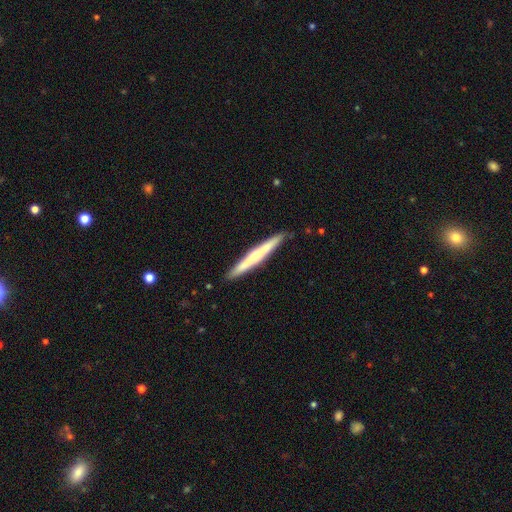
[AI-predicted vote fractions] The model was most divided on "smooth or featured": featured or disk: 53%, smooth: 42%, star or artifact: 5%. More confident: edge-on disk — yes (96%); merging — none (90%); edge-on bulge — rounded (62%).